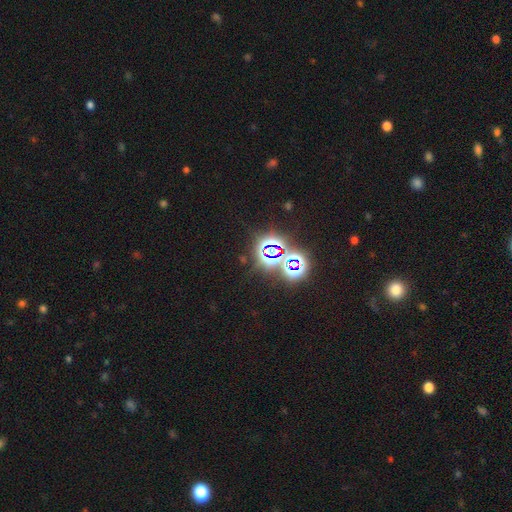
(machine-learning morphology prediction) Q: Smooth or featured?
A: star or artifact (78%); runner-up: smooth (15%)